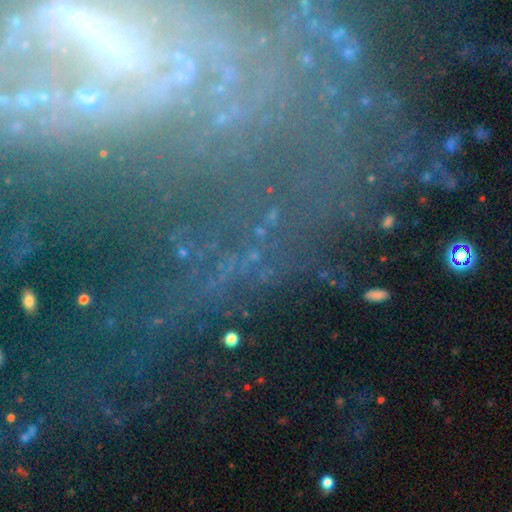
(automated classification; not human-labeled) star or artifact 57%, featured or disk 29%, smooth 15%.